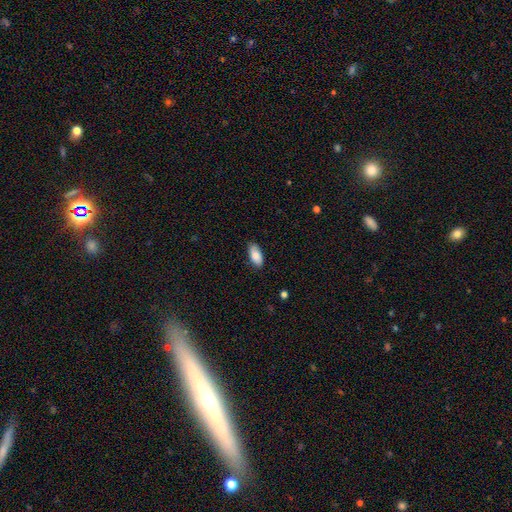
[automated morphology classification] smooth_or_featured: smooth (p=0.84) [alt: featured or disk p=0.09]
how_rounded: in between (p=0.91) [alt: cigar-shaped p=0.07]
merging: none (p=0.82) [alt: minor disturbance p=0.14]